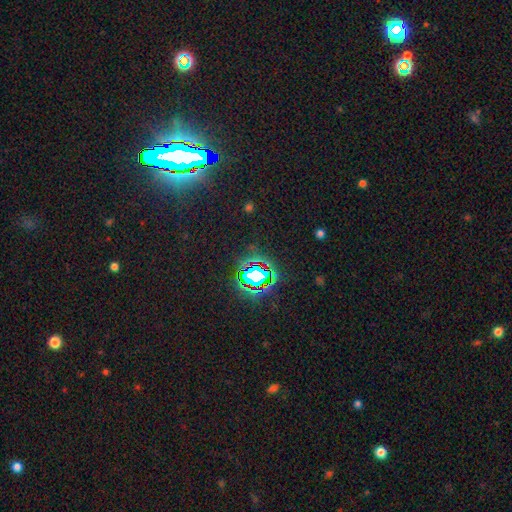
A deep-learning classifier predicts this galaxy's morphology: Smooth or featured? star or artifact (82%)